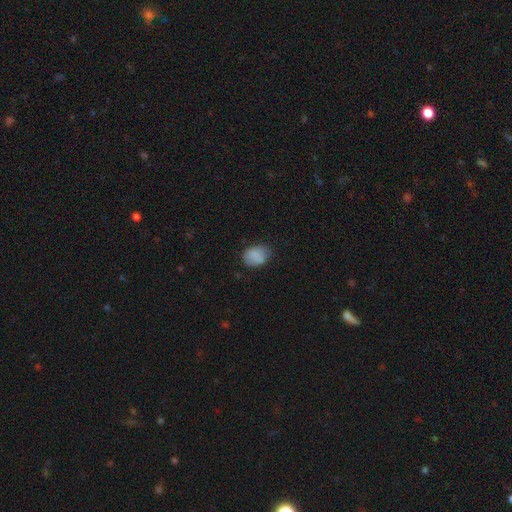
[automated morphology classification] A smooth galaxy with no disk features (85%) that is in between round and cigar-shaped (60%).

Vote fractions:
- Smooth or featured? smooth: 85% / star or artifact: 8% / featured or disk: 7%
- How rounded? in between: 60% / round: 39% / cigar-shaped: 1%
- Merging? none: 71% / minor disturbance: 23% / major disturbance: 5% / merger: 1%